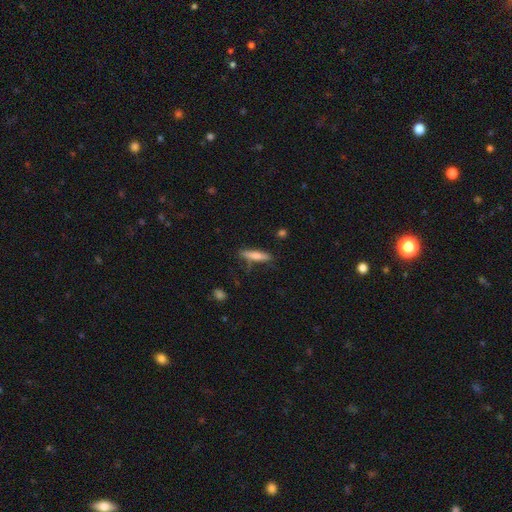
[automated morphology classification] A smooth galaxy with no disk features (71%) that is cigar-shaped (82%). Merging: none (74%).